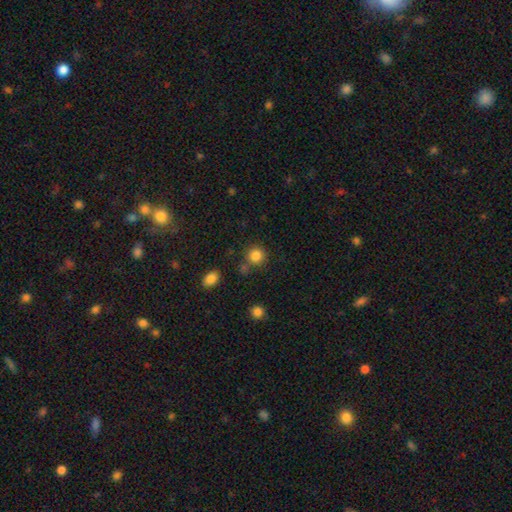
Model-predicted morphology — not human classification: smooth-or-featured: smooth: 84% | star or artifact: 11% | featured or disk: 5%
  how-rounded: round: 90% | in between: 9% | cigar-shaped: 1%
  merging: none: 76% | merger: 10% | minor disturbance: 10% | major disturbance: 4%